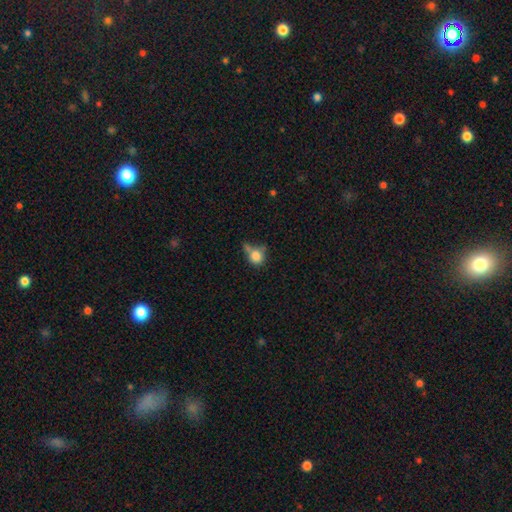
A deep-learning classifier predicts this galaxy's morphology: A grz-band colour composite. It shows a smooth galaxy with no disk features (81%) that is round (80%). Merging: none (42%).